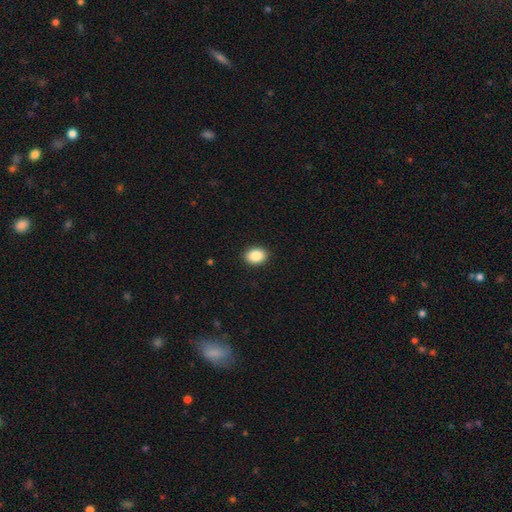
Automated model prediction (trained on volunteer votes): Smooth or featured? Predicted: smooth (p=0.88). How rounded? Predicted: in between (p=0.71). Merging? Predicted: none (p=0.91).